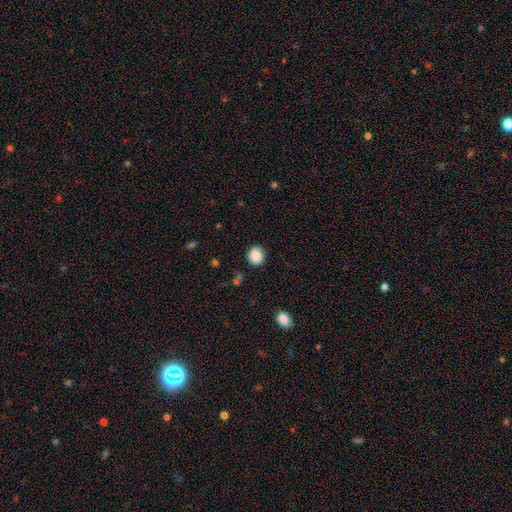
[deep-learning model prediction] smooth_or_featured: smooth (p=0.88) [alt: star or artifact p=0.08]
how_rounded: round (p=0.76) [alt: in between p=0.23]
merging: none (p=0.86) [alt: minor disturbance p=0.10]